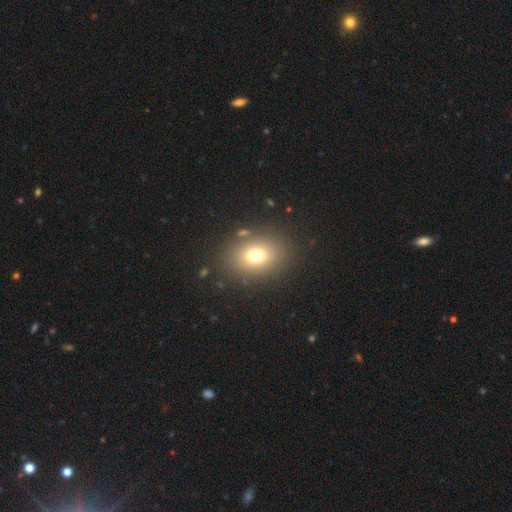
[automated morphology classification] A smooth galaxy with no disk features (73%) that is in between round and cigar-shaped (55%). Merging: none (84%).